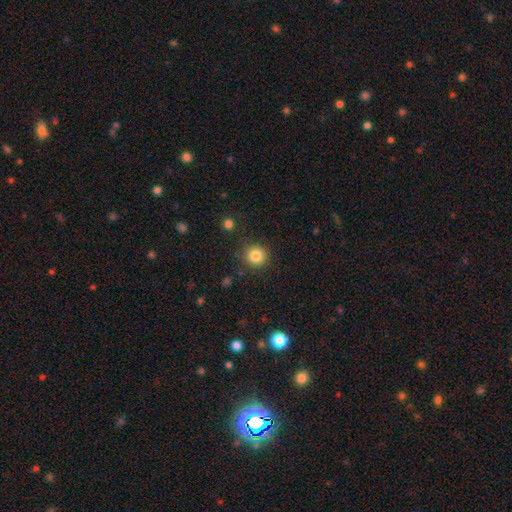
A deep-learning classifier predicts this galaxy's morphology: The model was most divided on "smooth or featured": smooth: 84%, star or artifact: 11%, featured or disk: 5%. More confident: how rounded — round (92%); merging — none (87%).